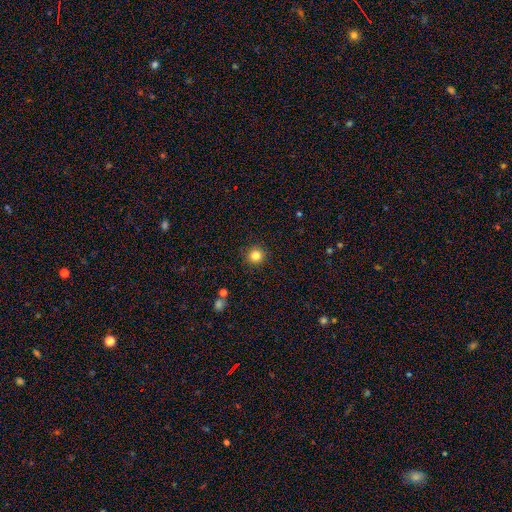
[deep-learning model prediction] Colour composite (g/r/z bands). It shows a smooth galaxy with no disk features (82%) that is round (94%). Merging: none (91%).